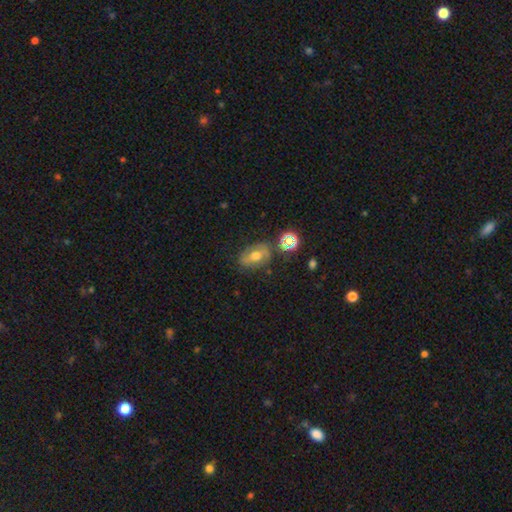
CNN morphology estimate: Overall: featured or disk (44%; smooth 38%). Merging: none (70%).